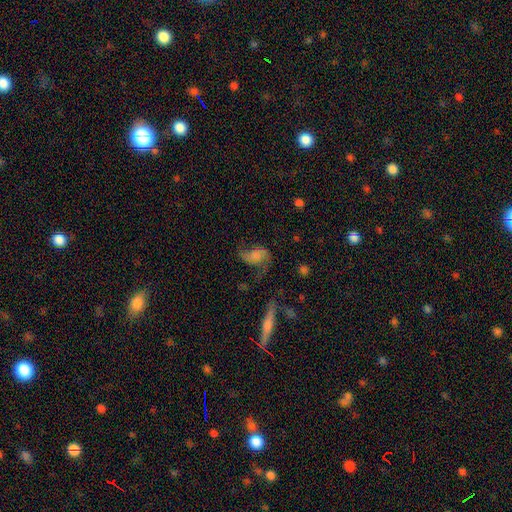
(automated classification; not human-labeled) This is possibly a featured or disk galaxy (55%). It is clearly not viewed edge-on (96%). Bar: likely no (63%). Spiral arm pattern: clearly yes (83%). Central bulge: possibly none (55%). Merging: marginally none (37%).